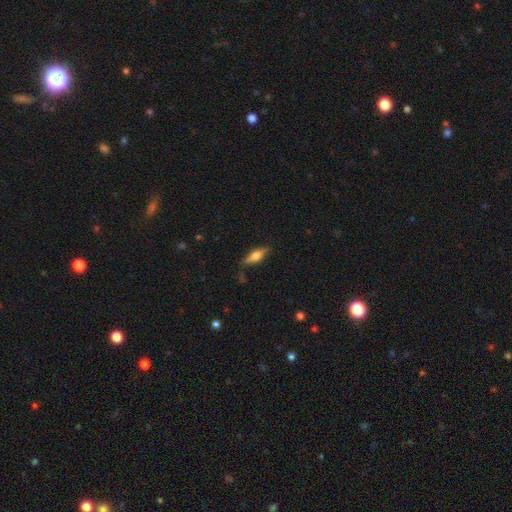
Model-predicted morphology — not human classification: type=featured or disk (49%); merging=none (80%).